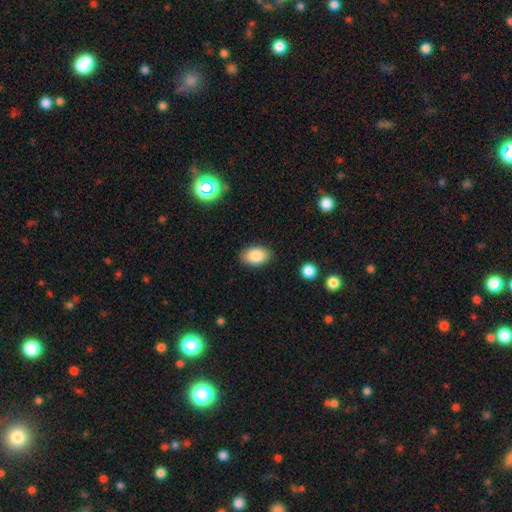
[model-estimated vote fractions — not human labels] smooth_or_featured: smooth (p=0.86) [alt: star or artifact p=0.08]
how_rounded: in between (p=0.86) [alt: round p=0.13]
merging: none (p=0.87) [alt: minor disturbance p=0.10]